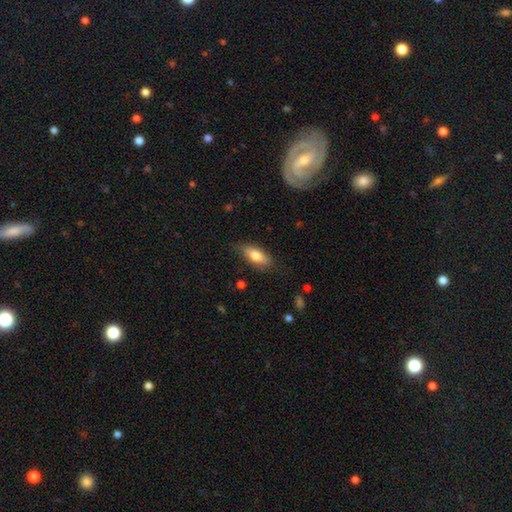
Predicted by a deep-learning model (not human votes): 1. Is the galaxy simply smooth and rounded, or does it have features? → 75% smooth, 19% featured or disk, 6% star or artifact.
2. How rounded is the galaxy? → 77% in between, 21% cigar-shaped, 3% round.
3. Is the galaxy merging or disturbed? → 77% none, 18% minor disturbance, 3% major disturbance, 1% merger.